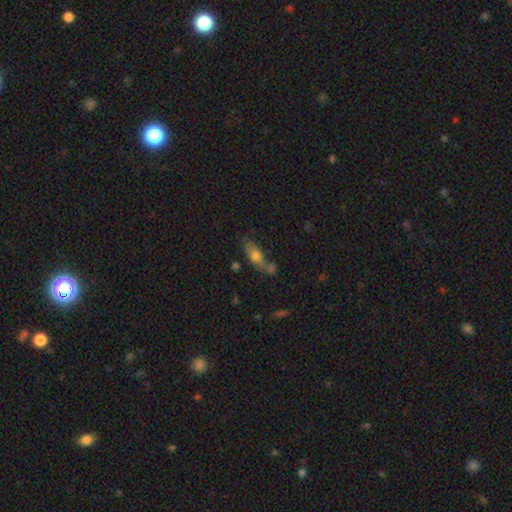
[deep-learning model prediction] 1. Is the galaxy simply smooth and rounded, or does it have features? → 62% smooth, 29% featured or disk, 9% star or artifact.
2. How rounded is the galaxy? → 68% in between, 26% cigar-shaped, 6% round.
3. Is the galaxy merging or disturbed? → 42% none, 29% merger, 19% minor disturbance, 10% major disturbance.